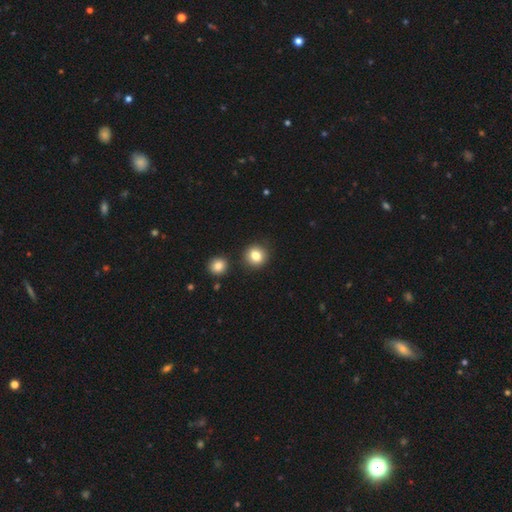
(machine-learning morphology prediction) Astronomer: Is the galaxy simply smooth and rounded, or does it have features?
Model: smooth — 82%.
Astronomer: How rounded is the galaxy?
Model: round — 87%.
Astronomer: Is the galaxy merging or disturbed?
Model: none — 86%.